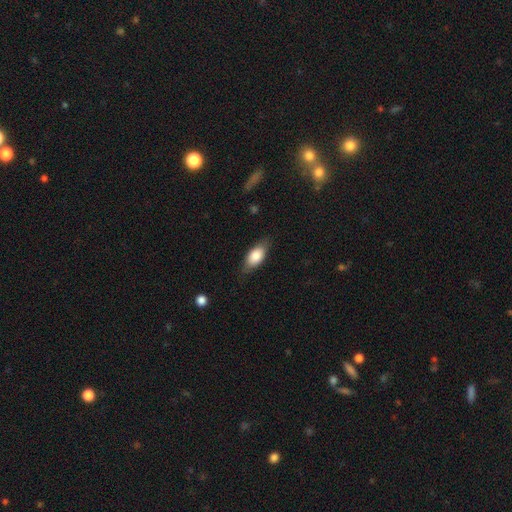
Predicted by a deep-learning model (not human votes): Morphology: type=smooth (77%); roundness=in between (86%); merging=none (77%).